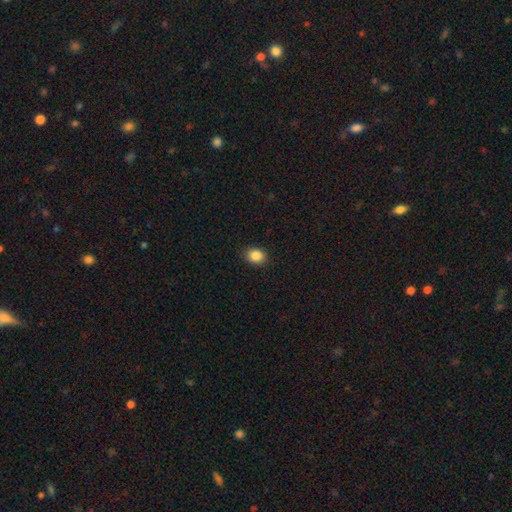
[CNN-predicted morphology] smooth 87%, star or artifact 9%, featured or disk 4%. Down the decision tree: how rounded — round (56%); merging — none (88%).